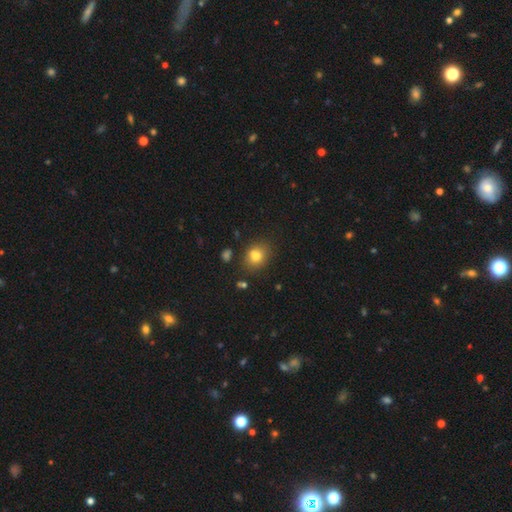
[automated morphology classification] type=smooth (79%); roundness=round (56%); merging=none (77%).